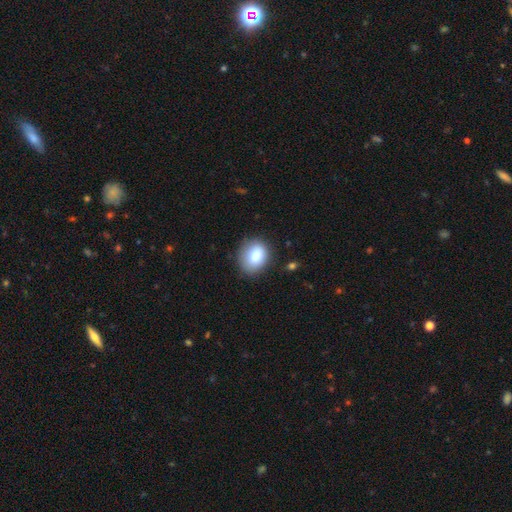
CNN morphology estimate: This is clearly a smooth galaxy (82%). How rounded: possibly round (52%). Merging: clearly none (81%).